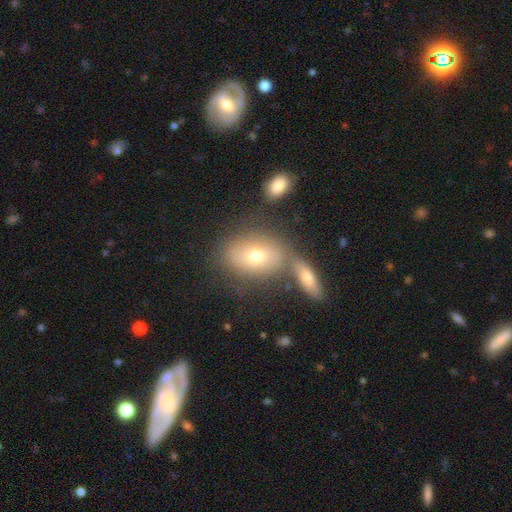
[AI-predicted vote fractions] A smooth galaxy with no disk features (61%) that is in between round and cigar-shaped (71%).

Vote fractions:
- Smooth or featured? smooth: 61% / featured or disk: 28% / star or artifact: 11%
- How rounded? in between: 71% / round: 26% / cigar-shaped: 3%
- Merging? none: 55% / merger: 27% / minor disturbance: 13% / major disturbance: 5%